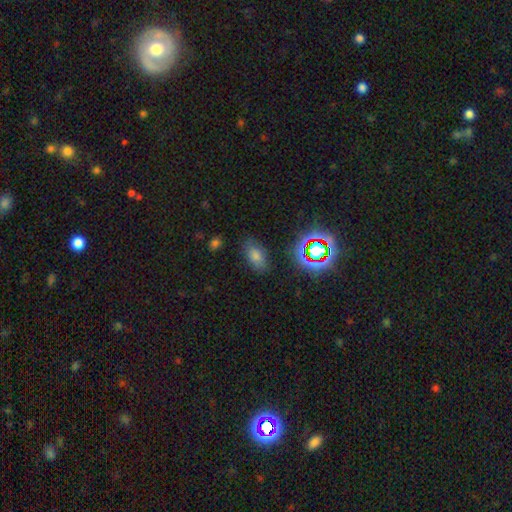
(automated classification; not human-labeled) A smooth galaxy with no disk features (67%) that is in between round and cigar-shaped (88%). Merging: none (82%).